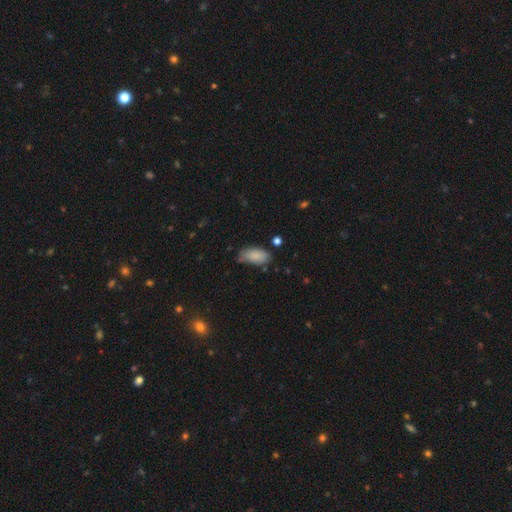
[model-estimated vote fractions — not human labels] This is clearly a smooth galaxy (87%). How rounded: clearly in between (93%). Merging: likely none (61%).